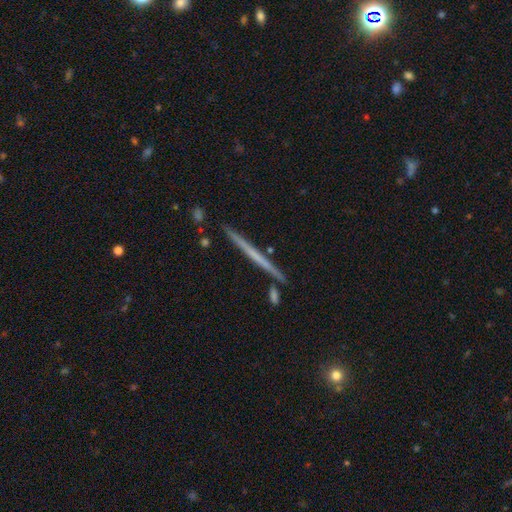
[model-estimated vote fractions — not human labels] smooth_or_featured: featured or disk (p=0.59) [alt: smooth p=0.35]
disk_edge_on: yes (p=0.98) [alt: no p=0.02]
edge_on_bulge: none (p=0.90) [alt: rounded p=0.07]
merging: none (p=0.88) [alt: minor disturbance p=0.07]